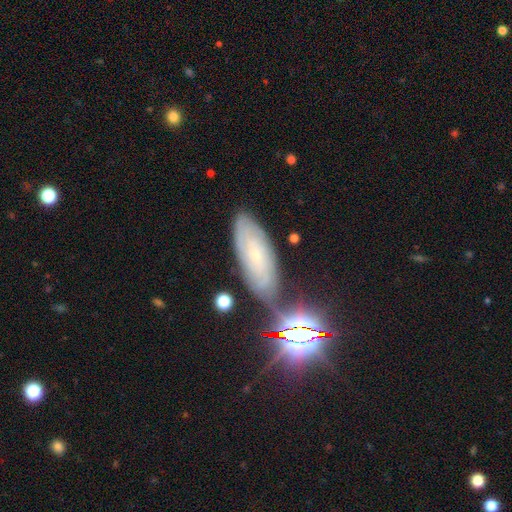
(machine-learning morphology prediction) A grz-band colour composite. It shows a featured or disk galaxy (53%). Merging: none (76%).